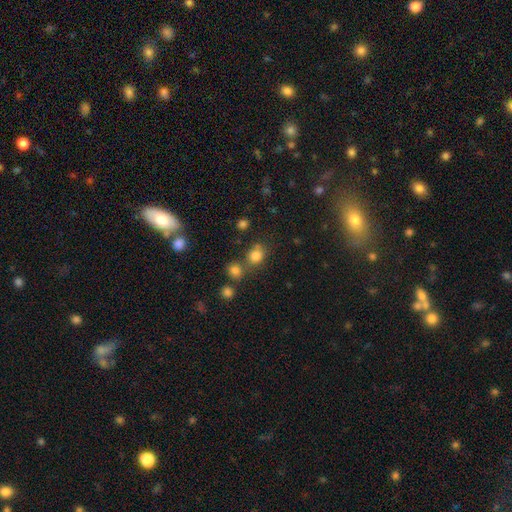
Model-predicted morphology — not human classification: smooth_or_featured: smooth (p=0.78) [alt: star or artifact p=0.15]
how_rounded: round (p=0.73) [alt: in between p=0.26]
merging: none (p=0.62) [alt: merger p=0.22]